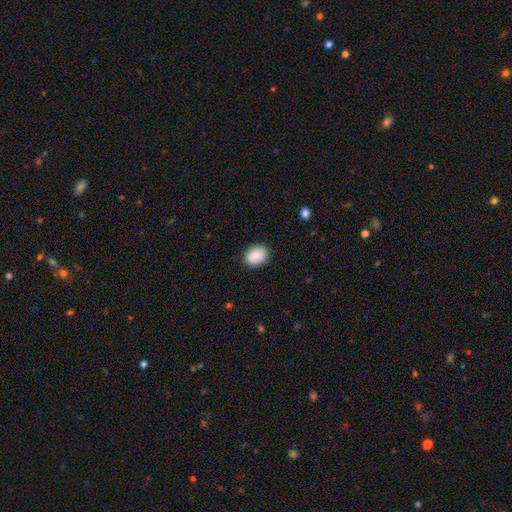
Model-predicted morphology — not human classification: Smooth or featured? Predicted: smooth (p=0.89). How rounded? Predicted: in between (p=0.71). Merging? Predicted: none (p=0.86).